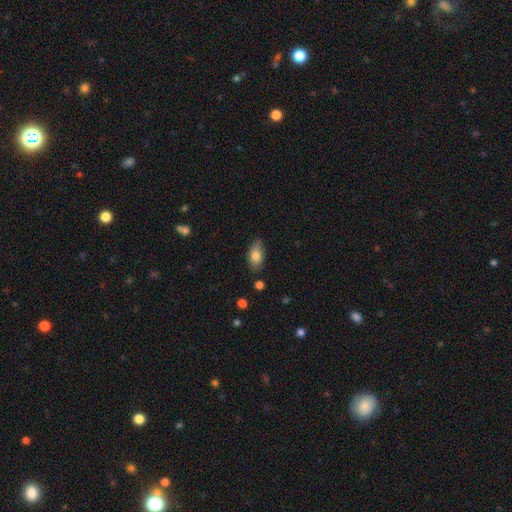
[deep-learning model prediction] Overall: smooth (82%). How rounded: in between (90%). Merging: none (79%).